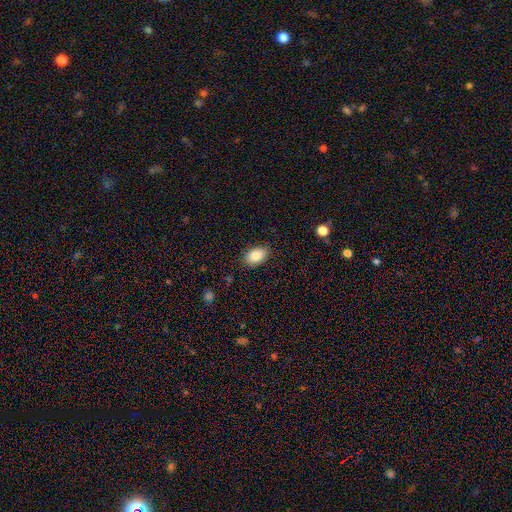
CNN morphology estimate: type=smooth (87%); roundness=in between (90%); merging=none (87%).